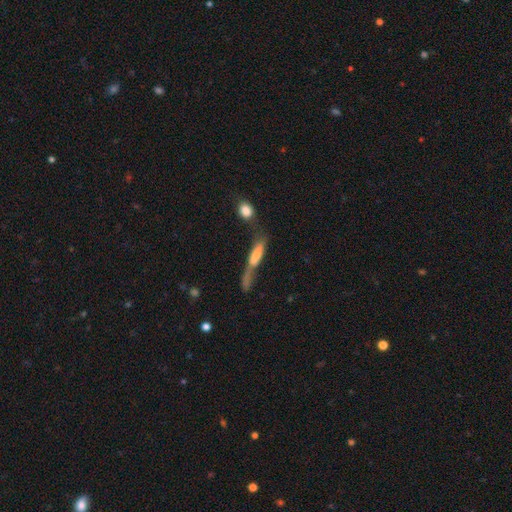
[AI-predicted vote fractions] Overall: smooth (58%; featured or disk 32%). How rounded: cigar-shaped (64%; in between 32%). Merging: merger (42%; major disturbance 25%).